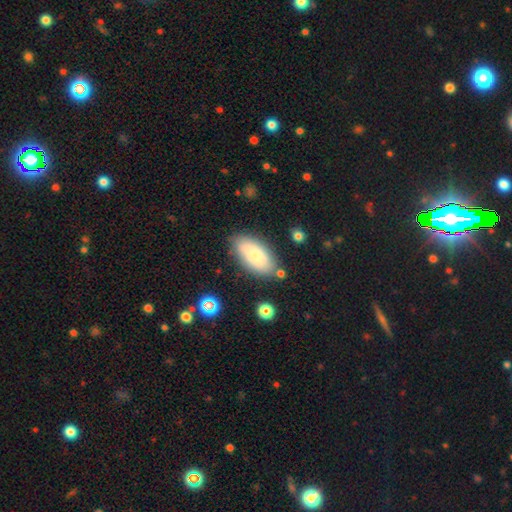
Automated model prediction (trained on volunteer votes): smooth-or-featured: smooth: 75% | featured or disk: 17% | star or artifact: 7%
  how-rounded: in between: 91% | cigar-shaped: 6% | round: 3%
  merging: none: 76% | minor disturbance: 15% | merger: 4% | major disturbance: 4%